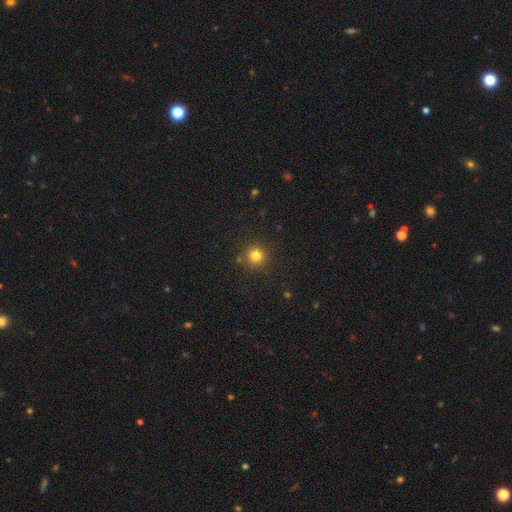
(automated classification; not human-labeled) A smooth galaxy with no disk features (81%) that is round (94%). Merging: none (87%).